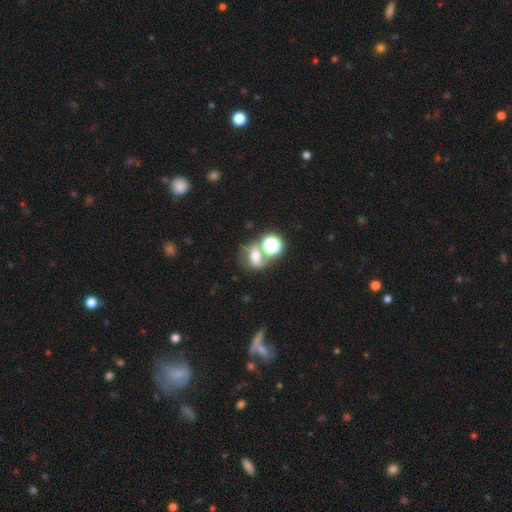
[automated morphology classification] Smooth or featured?
  - smooth: 43% *
  - featured or disk: 37%
  - star or artifact: 20%
Merging?
  - none: 41% *
  - merger: 37%
  - minor disturbance: 13%
  - major disturbance: 9%